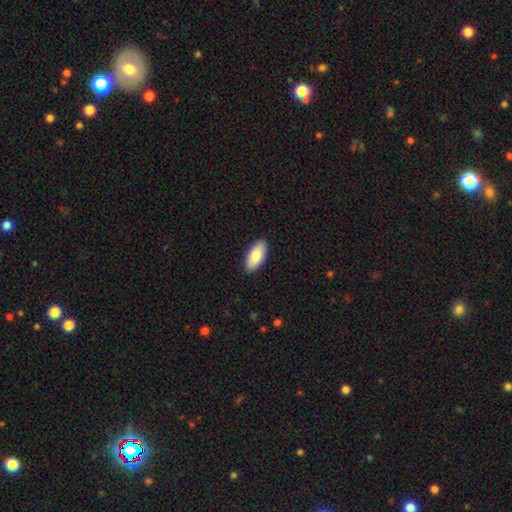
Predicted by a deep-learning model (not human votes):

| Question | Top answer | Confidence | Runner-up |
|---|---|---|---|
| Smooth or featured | smooth | 84% | featured or disk (10%) |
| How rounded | in between | 90% | cigar-shaped (8%) |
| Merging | none | 89% | minor disturbance (8%) |